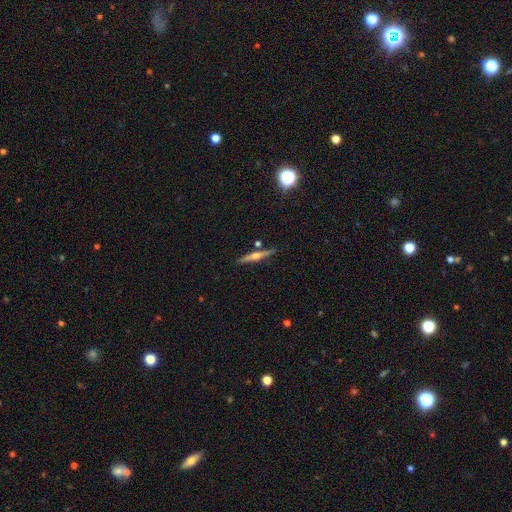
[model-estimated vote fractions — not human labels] A featured or disk galaxy (68%) viewed edge-on (97%) with a rounded central bulge (89%). Merging: none (83%).